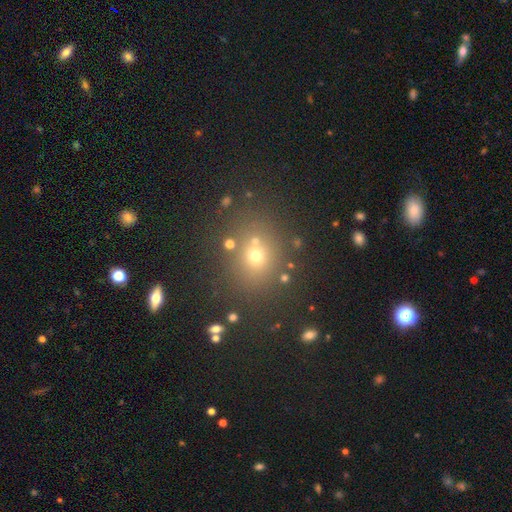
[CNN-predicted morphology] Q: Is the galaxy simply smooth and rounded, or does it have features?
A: smooth — 61%.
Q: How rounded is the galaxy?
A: round — 74%.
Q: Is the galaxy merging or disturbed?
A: none — 76%.